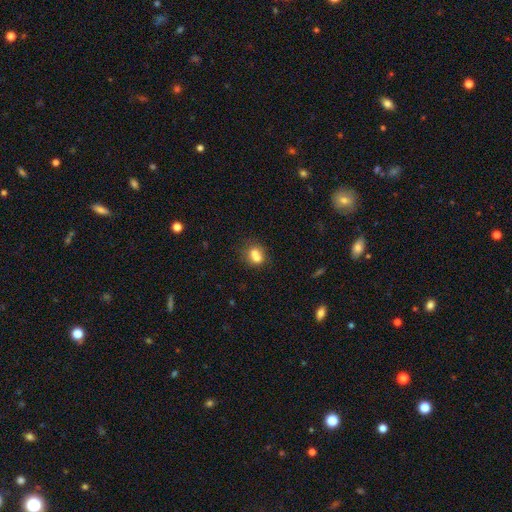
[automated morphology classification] Smooth or featured?
  - smooth: 69% *
  - featured or disk: 21%
  - star or artifact: 11%
How rounded?
  - round: 70% *
  - in between: 29%
  - cigar-shaped: 1%
Merging?
  - merger: 60% *
  - none: 30%
  - minor disturbance: 7%
  - major disturbance: 3%